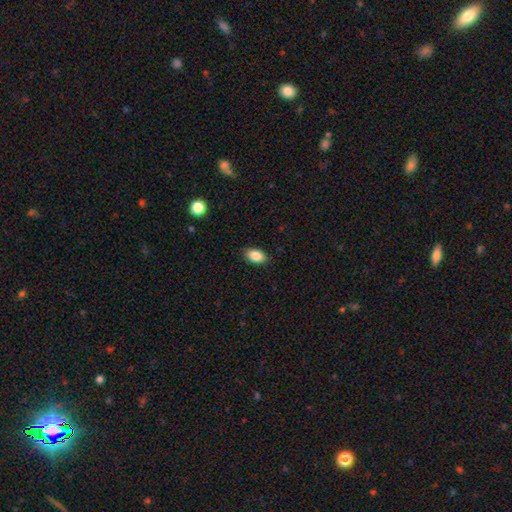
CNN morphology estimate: type=smooth (86%); roundness=in between (90%); merging=none (85%).